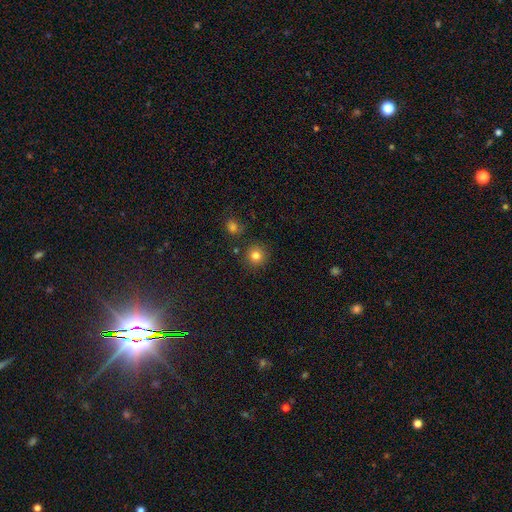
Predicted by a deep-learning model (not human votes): Smooth or featured: smooth — 81% (star or artifact — 13%)
How rounded: round — 94% (in between — 5%)
Merging: none — 87% (minor disturbance — 7%)